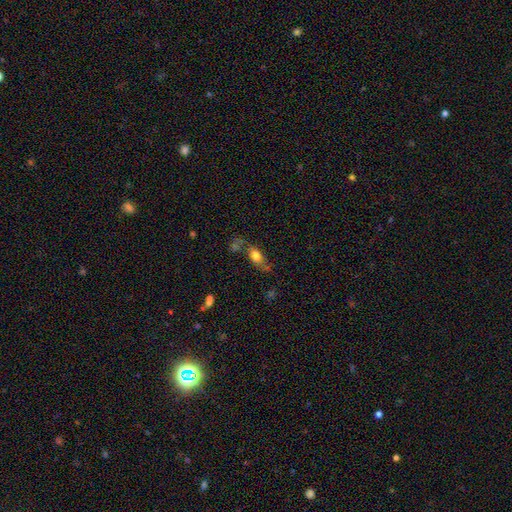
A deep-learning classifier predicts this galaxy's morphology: This appears to be a smooth galaxy with no disk features (66%) that is in between round and cigar-shaped (74%). Merging: none (49%).